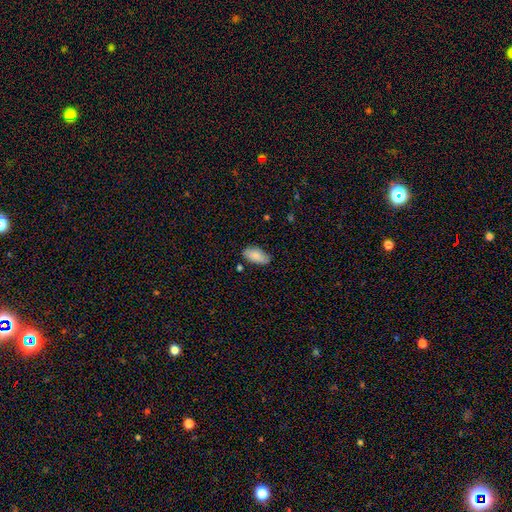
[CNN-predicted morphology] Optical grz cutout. It shows a smooth galaxy with no disk features (87%) that is in between round and cigar-shaped (93%). Merging: none (81%).